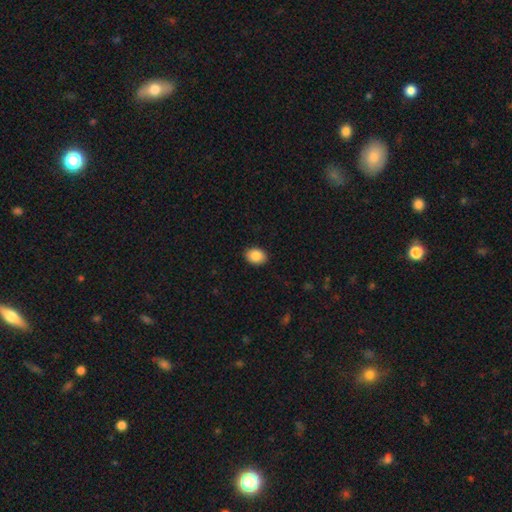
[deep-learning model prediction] Smooth or featured? smooth (88%)
How rounded? in between (73%)
Merging? none (90%)